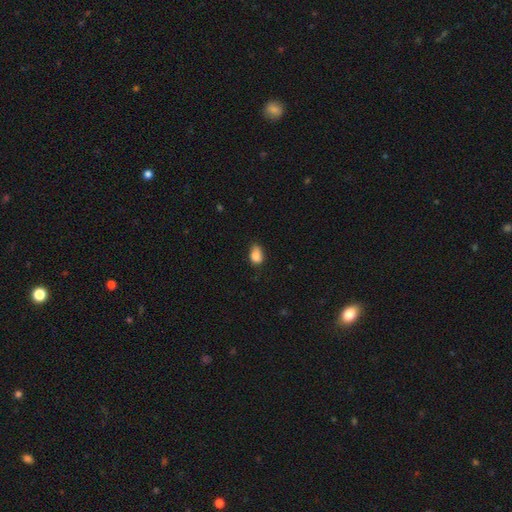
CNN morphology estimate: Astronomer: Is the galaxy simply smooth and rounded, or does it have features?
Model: smooth — 84%.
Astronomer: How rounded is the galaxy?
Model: in between — 79%.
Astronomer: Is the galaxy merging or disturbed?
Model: none — 49% (runner-up: minor disturbance, 40%).